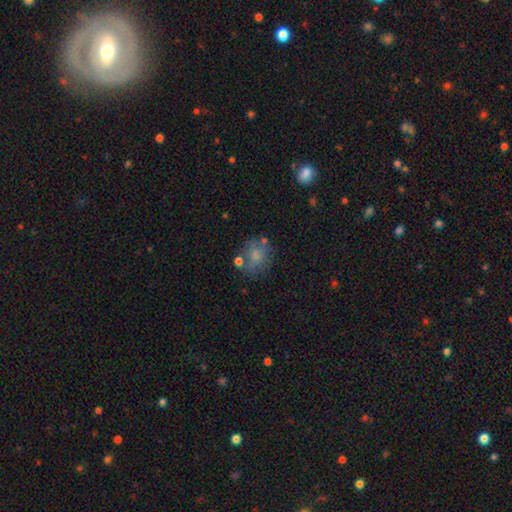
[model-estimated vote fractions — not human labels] smooth-or-featured: smooth: 66% | featured or disk: 22% | star or artifact: 12%
  how-rounded: round: 66% | in between: 33% | cigar-shaped: 1%
  merging: none: 56% | minor disturbance: 20% | major disturbance: 12% | merger: 11%